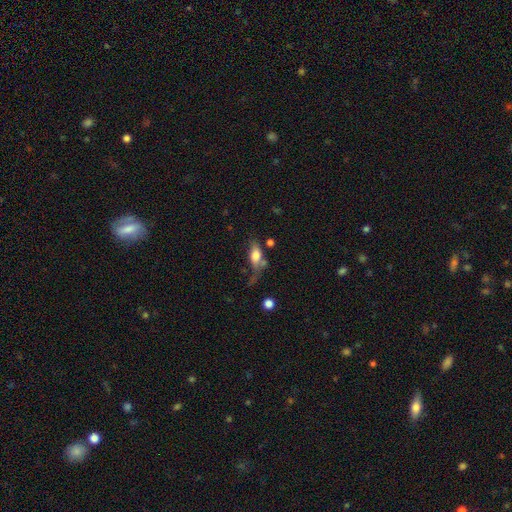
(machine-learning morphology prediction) Smooth or featured? smooth (67%)
How rounded? in between (79%)
Merging? none (34%)